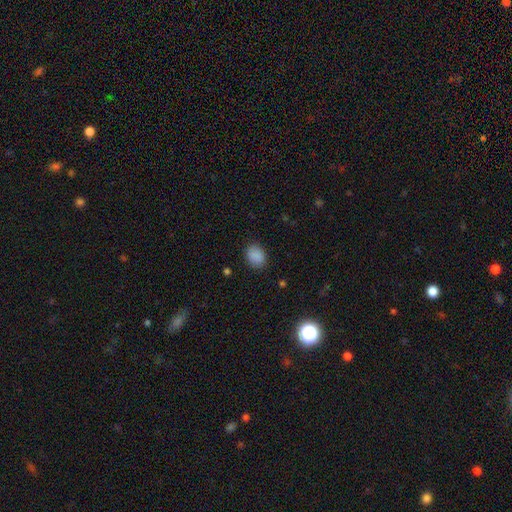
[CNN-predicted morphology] Q: Smooth or featured?
A: smooth (88%); runner-up: star or artifact (9%)
Q: How rounded?
A: in between (63%); runner-up: round (36%)
Q: Merging?
A: none (85%); runner-up: minor disturbance (11%)